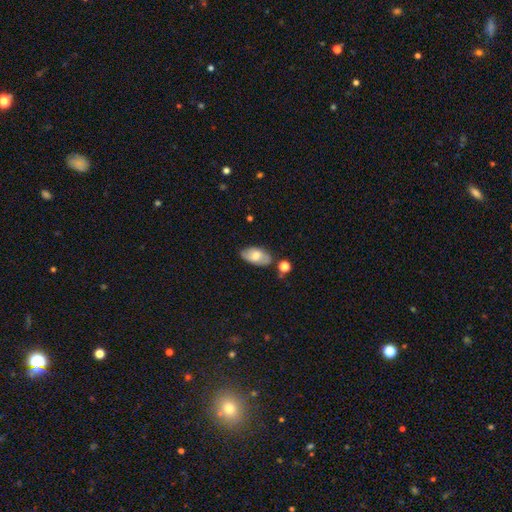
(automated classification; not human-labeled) Smooth or featured?
  - smooth: 63% *
  - featured or disk: 30%
  - star or artifact: 7%
How rounded?
  - in between: 93% *
  - round: 4%
  - cigar-shaped: 3%
Merging?
  - none: 72% *
  - minor disturbance: 18%
  - merger: 6%
  - major disturbance: 4%